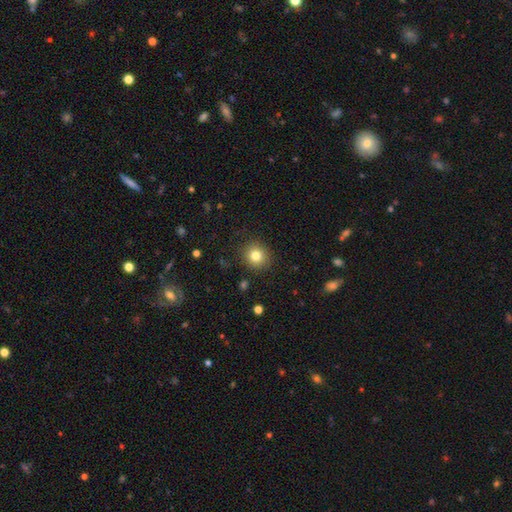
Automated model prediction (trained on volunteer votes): Smooth or featured? smooth (80%)
How rounded? round (89%)
Merging? none (89%)